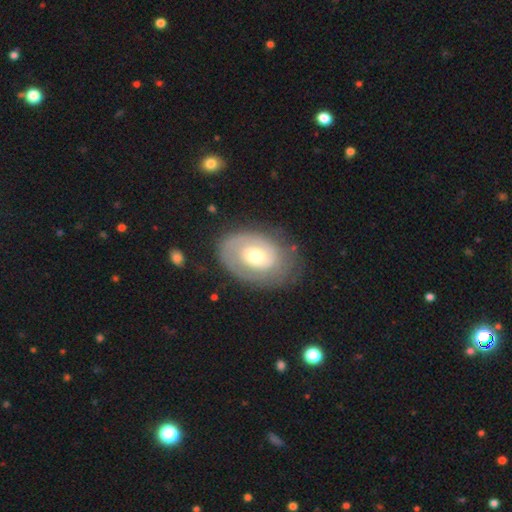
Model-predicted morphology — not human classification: The model was most divided on "bulge size": moderate: 61%, small: 26%, large: 10%, dominant: 1%, none: 1%. More confident: edge-on disk — no (95%); bar — no (77%); merging — none (69%); spiral arms — yes (68%); smooth or featured — featured or disk (66%).